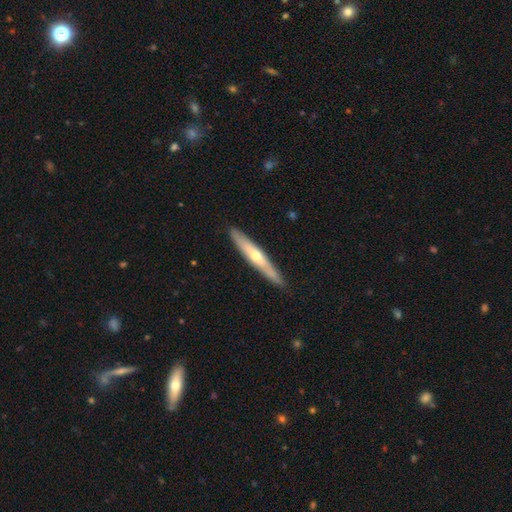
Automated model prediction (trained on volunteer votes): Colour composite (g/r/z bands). It shows a featured or disk galaxy (56%) viewed edge-on (88%). Merging: none (88%).